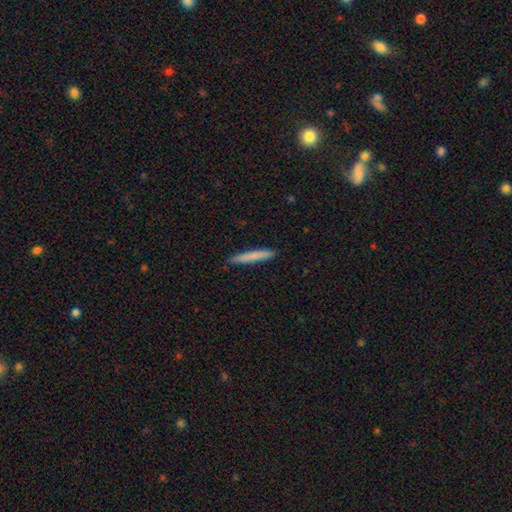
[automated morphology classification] This appears to be a smooth galaxy with no disk features (77%) that is cigar-shaped (95%). Merging: none (90%).